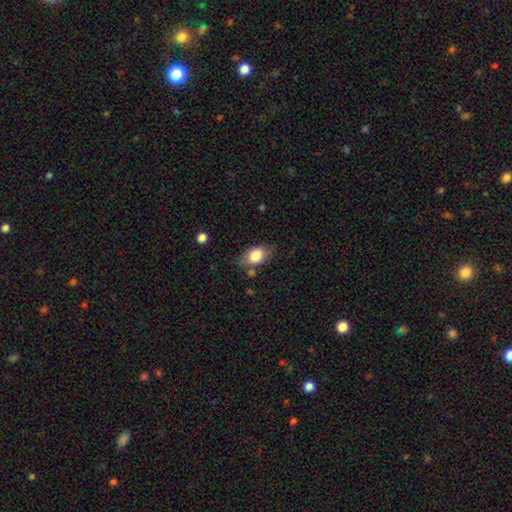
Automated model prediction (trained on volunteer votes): Q: Smooth or featured?
A: smooth (81%); runner-up: featured or disk (12%)
Q: How rounded?
A: in between (84%); runner-up: round (14%)
Q: Merging?
A: none (73%); runner-up: minor disturbance (18%)